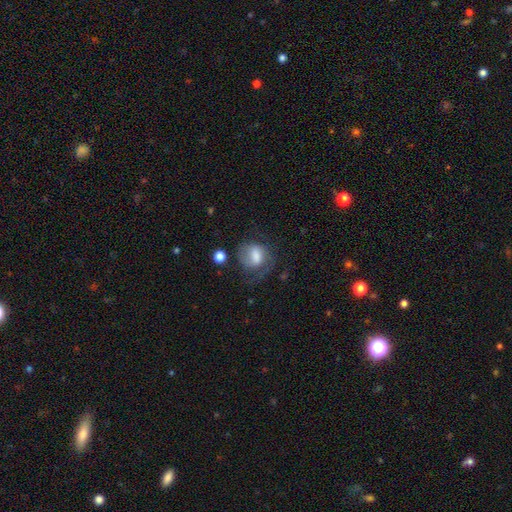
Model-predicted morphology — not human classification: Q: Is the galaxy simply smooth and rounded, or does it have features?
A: smooth — 49%.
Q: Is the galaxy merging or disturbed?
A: none — 43%.